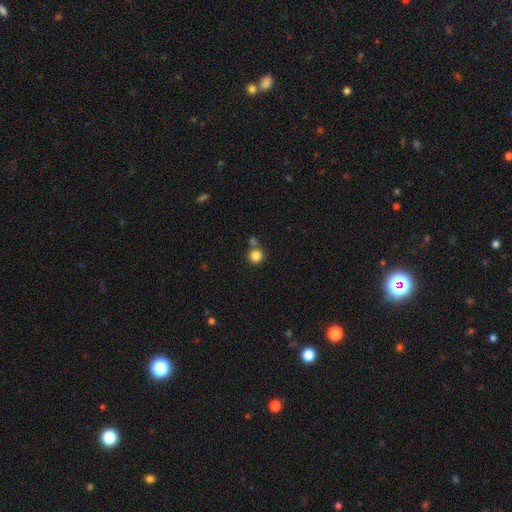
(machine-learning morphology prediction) Smooth or featured? smooth (84%)
How rounded? round (94%)
Merging? none (70%)